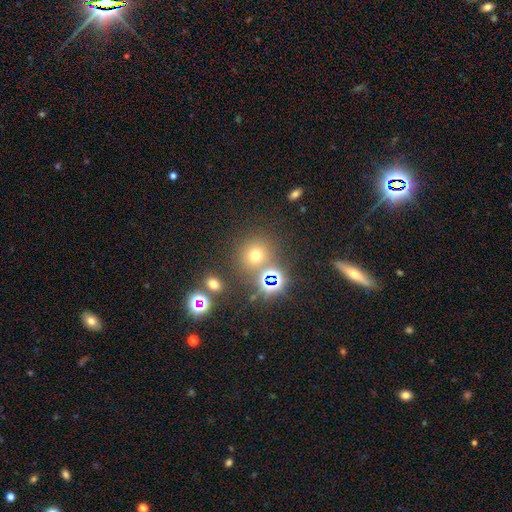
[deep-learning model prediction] smooth-or-featured: smooth: 60% | star or artifact: 31% | featured or disk: 9%
  how-rounded: round: 86% | in between: 13% | cigar-shaped: 1%
  merging: none: 74% | merger: 13% | minor disturbance: 9% | major disturbance: 5%